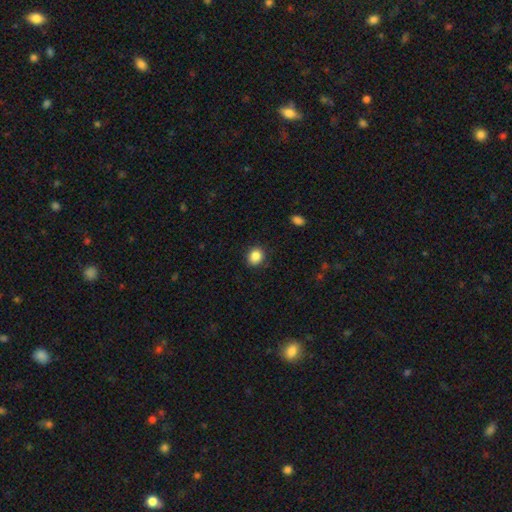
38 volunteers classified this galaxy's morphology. type=smooth (87%); roundness=round (67%); merging=none (86%).